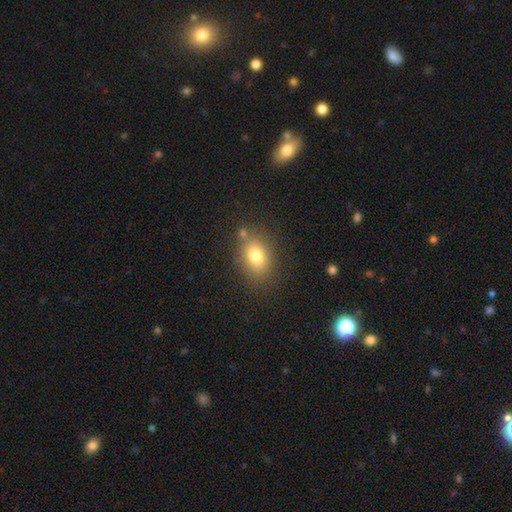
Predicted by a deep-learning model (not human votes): A smooth galaxy with no disk features (78%) that is in between round and cigar-shaped (66%). Merging: none (76%).